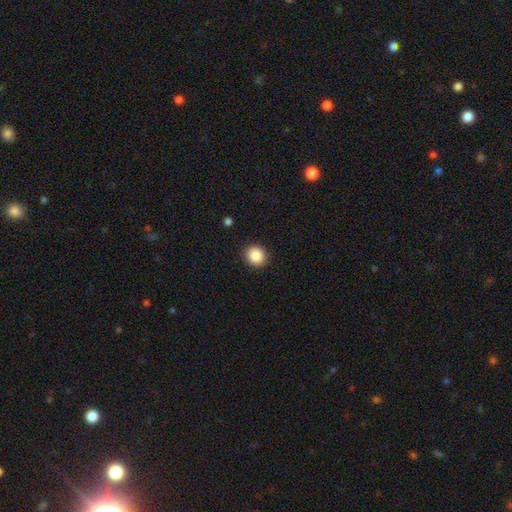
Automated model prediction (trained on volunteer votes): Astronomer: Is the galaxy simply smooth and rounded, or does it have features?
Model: smooth — 86%.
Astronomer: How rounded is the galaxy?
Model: round — 89%.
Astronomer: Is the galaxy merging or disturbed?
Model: none — 92%.